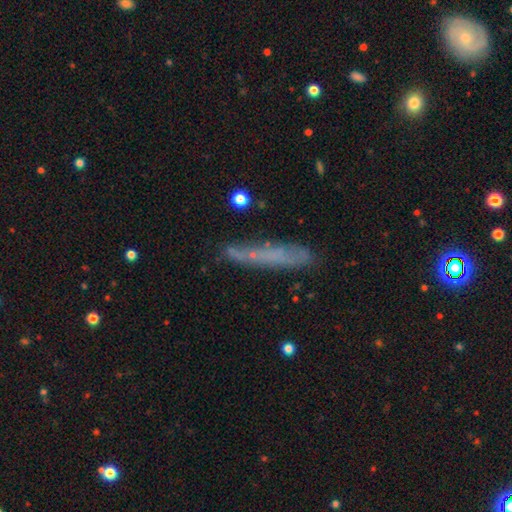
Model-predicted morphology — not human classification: Overall: smooth (51%; featured or disk 40%). How rounded: cigar-shaped (91%). Merging: none (67%).